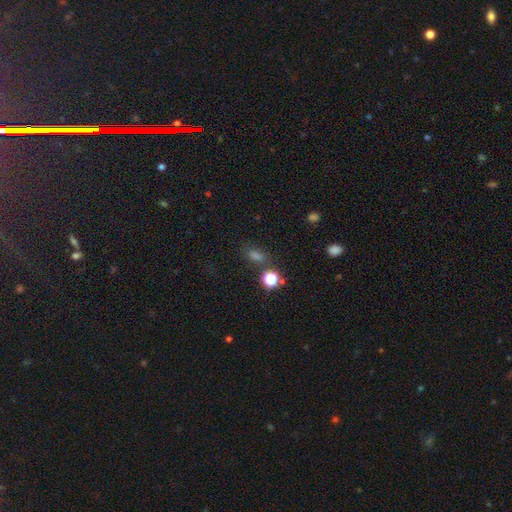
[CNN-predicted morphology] This is possibly a smooth galaxy (59%). How rounded: likely in between (64%). Merging: likely none (70%).